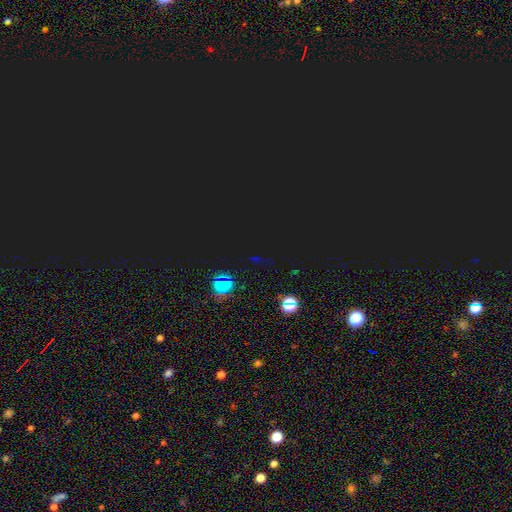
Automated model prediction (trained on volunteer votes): star or artifact 80%, smooth 13%, featured or disk 6%.